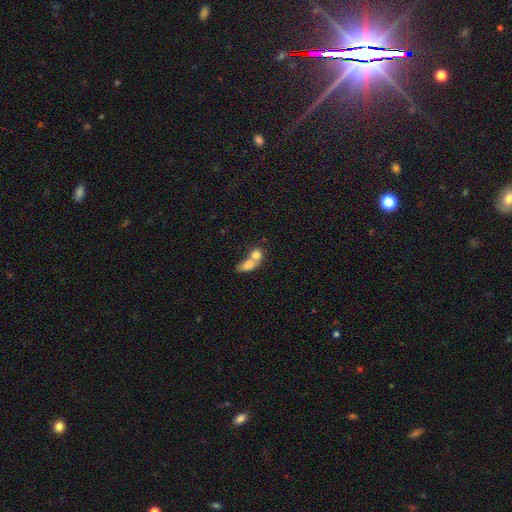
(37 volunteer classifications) Smooth or featured: smooth — 70% (featured or disk — 24%)
How rounded: in between — 62% (round — 27%)
Merging: merger — 77% (none — 17%)